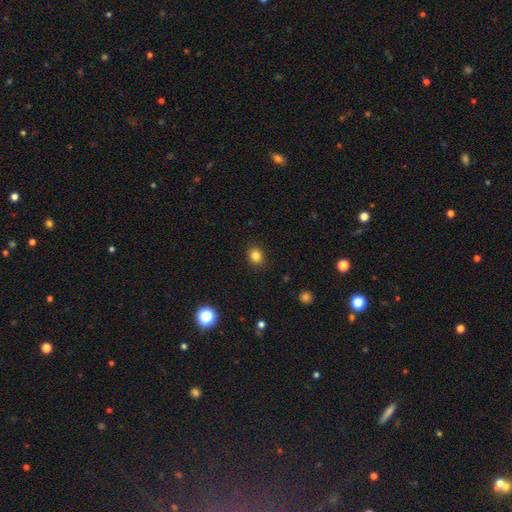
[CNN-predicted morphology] A smooth galaxy with no disk features (84%) that is round (67%). Merging: none (90%).